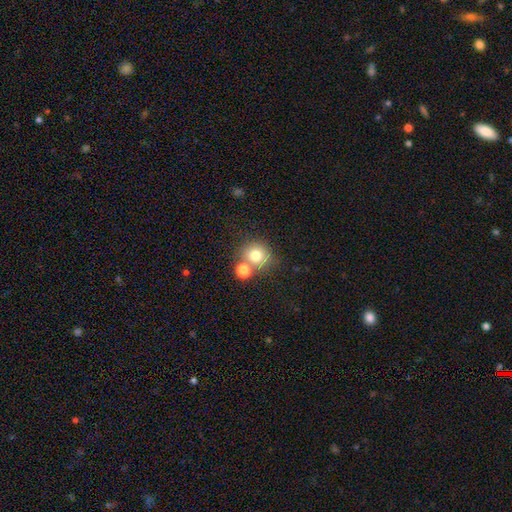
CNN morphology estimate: This appears to be a smooth galaxy with no disk features (77%) that is round (86%). Merging: none (60%).